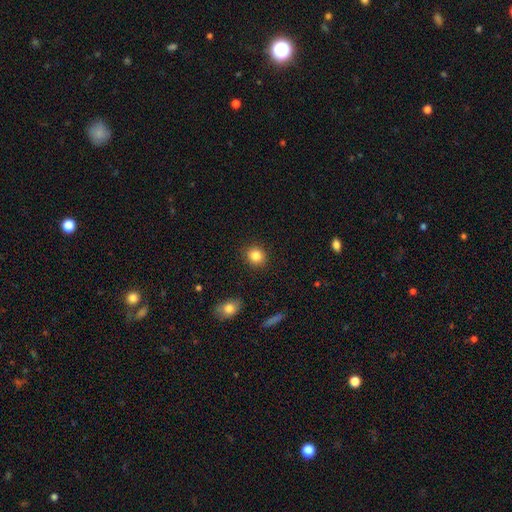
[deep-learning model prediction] Smooth or featured? Predicted: smooth (p=0.84). How rounded? Predicted: round (p=0.79). Merging? Predicted: none (p=0.90).